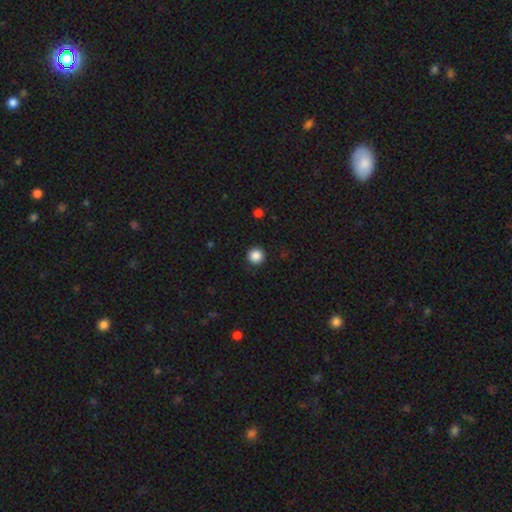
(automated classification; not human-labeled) smooth 87%, star or artifact 11%, featured or disk 3%. Down the decision tree: how rounded — round (95%); merging — none (91%).